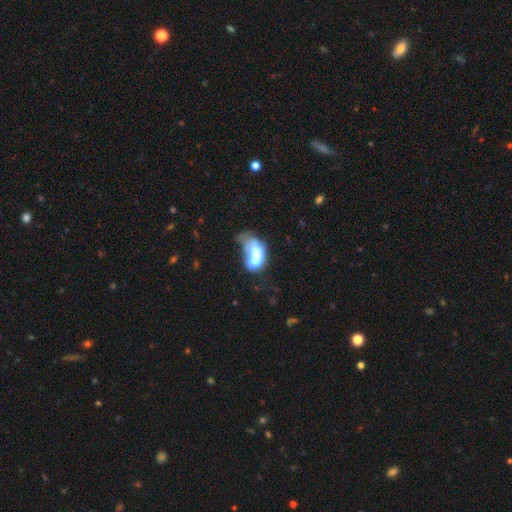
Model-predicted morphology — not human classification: Smooth or featured? smooth (52%)
How rounded? in between (85%)
Merging? merger (48%)